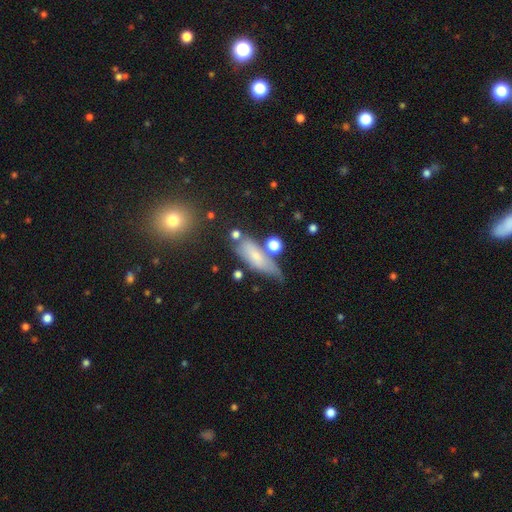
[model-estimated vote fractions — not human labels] Smooth or featured: smooth — 62% (featured or disk — 29%)
How rounded: in between — 59% (cigar-shaped — 36%)
Merging: none — 48% (minor disturbance — 29%)